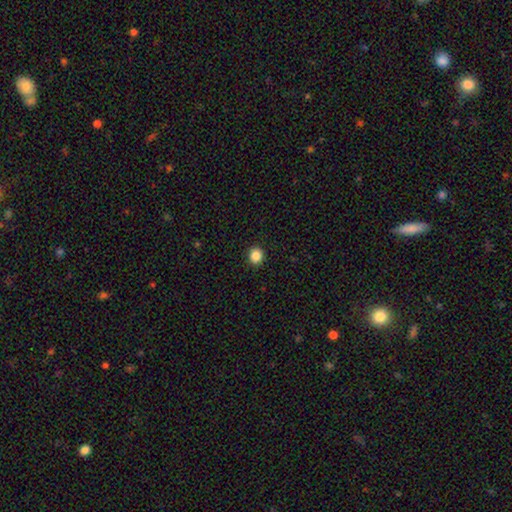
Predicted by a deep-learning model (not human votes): Smooth or featured: smooth — 86% (star or artifact — 10%)
How rounded: round — 85% (in between — 14%)
Merging: none — 92% (minor disturbance — 5%)